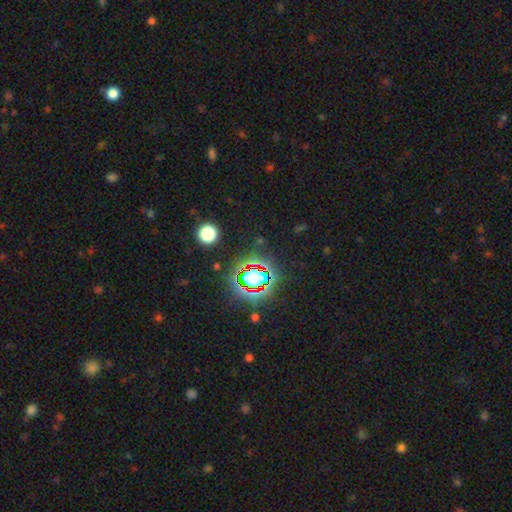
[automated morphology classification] A star or artifact, not a galaxy (80%).

Vote fractions:
- Smooth or featured? star or artifact: 80% / smooth: 12% / featured or disk: 8%